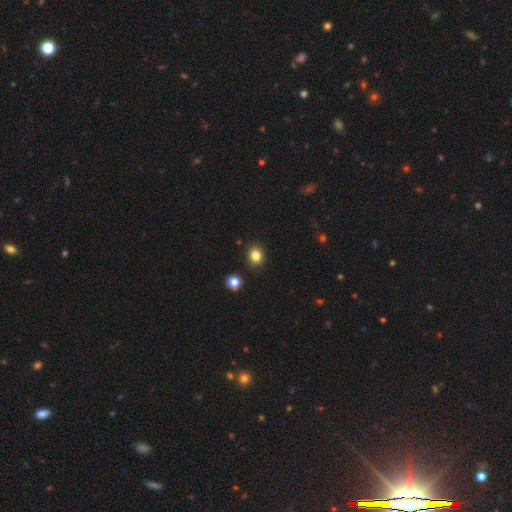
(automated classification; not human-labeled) A smooth galaxy with no disk features (82%) that is round (71%).

Vote fractions:
- Smooth or featured? smooth: 82% / star or artifact: 12% / featured or disk: 6%
- How rounded? round: 71% / in between: 28% / cigar-shaped: 1%
- Merging? none: 88% / minor disturbance: 7% / merger: 2% / major disturbance: 2%